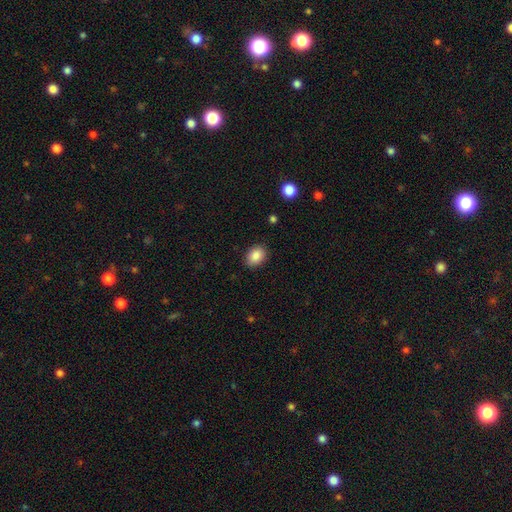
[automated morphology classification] smooth 87%, star or artifact 8%, featured or disk 5%. Down the decision tree: how rounded — in between (64%); merging — none (87%).